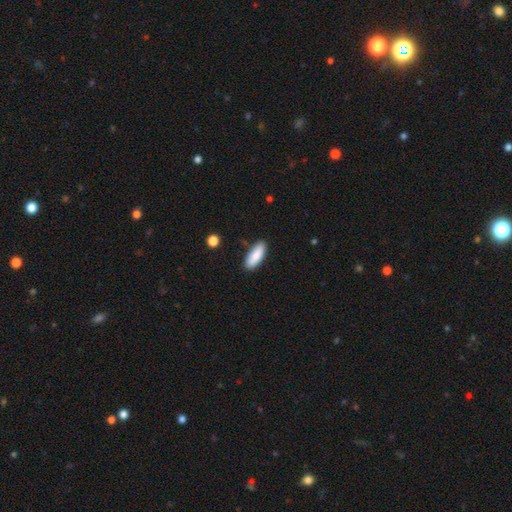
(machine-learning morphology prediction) Smooth or featured? Predicted: smooth (p=0.85). How rounded? Predicted: in between (p=0.71). Merging? Predicted: none (p=0.86).